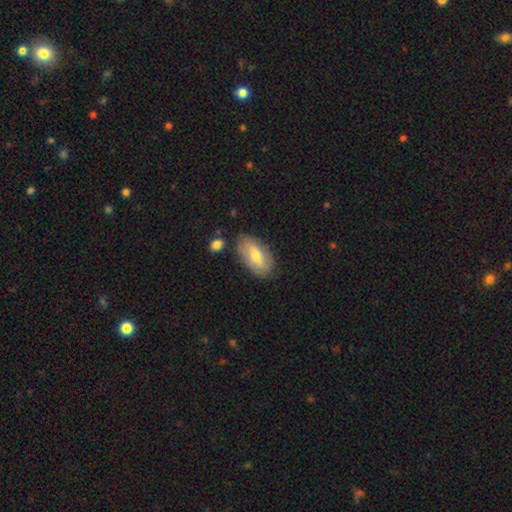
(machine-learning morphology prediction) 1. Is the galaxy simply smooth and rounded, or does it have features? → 57% smooth, 37% featured or disk, 6% star or artifact.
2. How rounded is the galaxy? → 92% in between, 5% cigar-shaped, 4% round.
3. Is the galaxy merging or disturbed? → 79% none, 14% minor disturbance, 4% merger, 3% major disturbance.